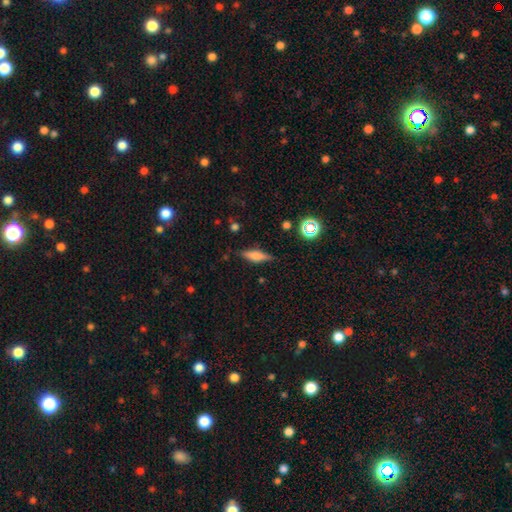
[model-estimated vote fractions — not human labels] A smooth galaxy with no disk features (63%) that is cigar-shaped (57%). Merging: none (82%).